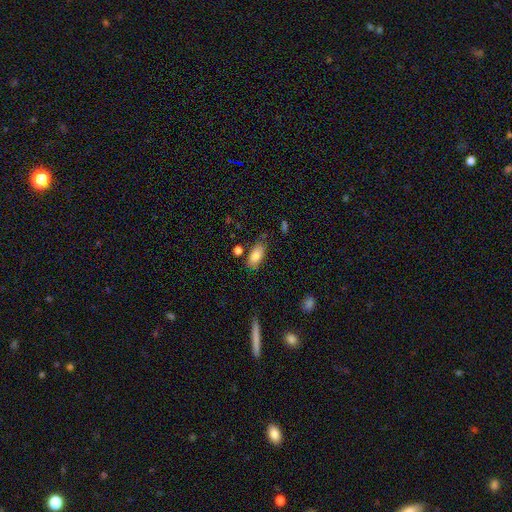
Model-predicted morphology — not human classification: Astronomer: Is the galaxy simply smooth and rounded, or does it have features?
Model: smooth — 85%.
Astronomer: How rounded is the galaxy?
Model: in between — 88%.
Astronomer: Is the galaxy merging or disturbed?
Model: none — 74%.